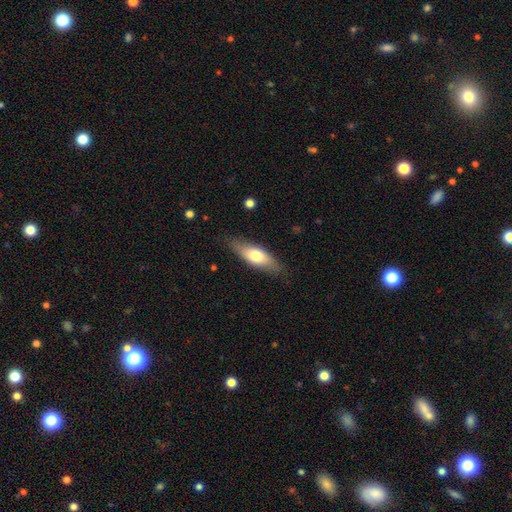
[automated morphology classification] A smooth galaxy with no disk features (64%) that is in between round and cigar-shaped (63%). Merging: none (82%).